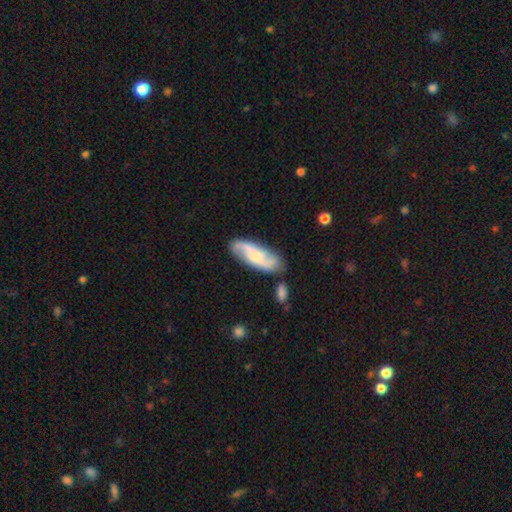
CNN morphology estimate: This is likely a featured or disk galaxy (63%). It is clearly not viewed edge-on (89%). Bar: possibly no (51%). Spiral arm pattern: clearly yes (92%). Spiral arm count: likely 2 (79%). Spiral winding: marginally medium (45%). Central bulge: marginally moderate (41%). Merging: likely none (74%).